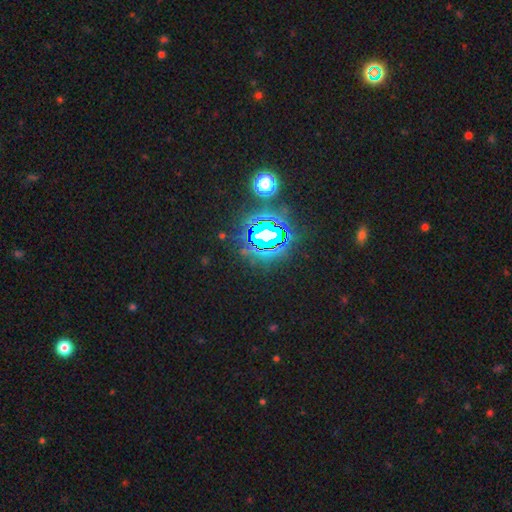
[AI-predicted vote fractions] Smooth or featured? star or artifact (83%)